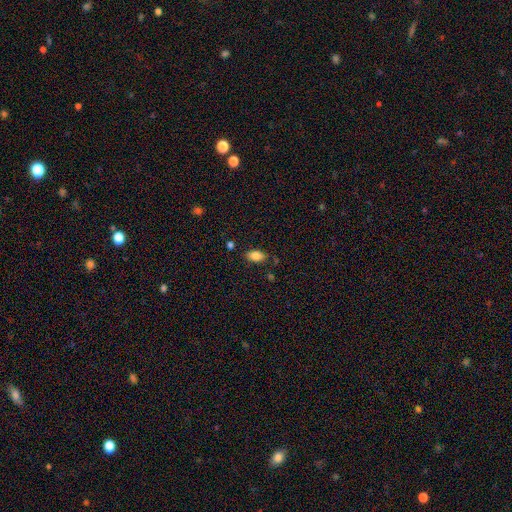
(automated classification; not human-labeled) A smooth galaxy with no disk features (85%) that is in between round and cigar-shaped (92%). Merging: none (80%).